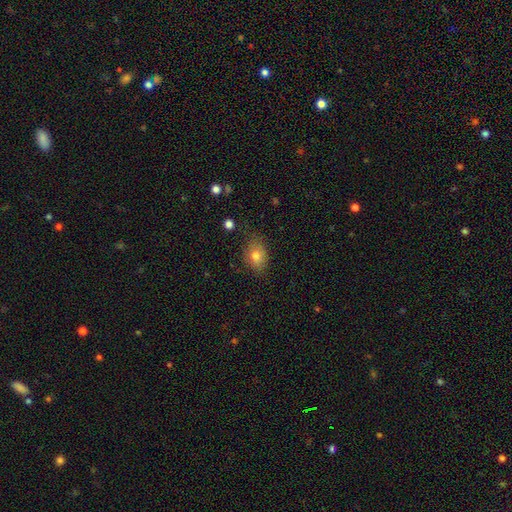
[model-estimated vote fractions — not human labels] This appears to be a smooth galaxy with no disk features (77%) that is in between round and cigar-shaped (64%). Merging: none (74%).